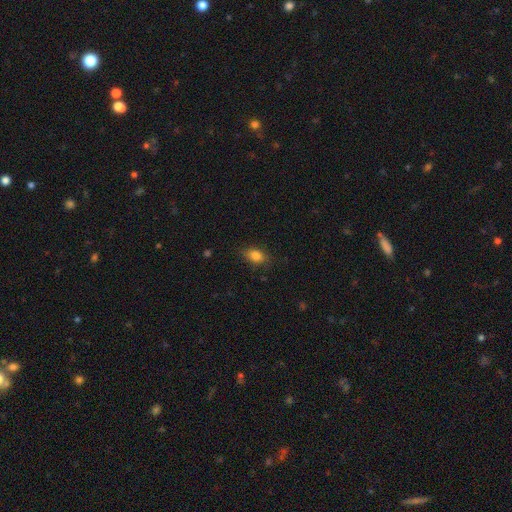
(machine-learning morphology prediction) Smooth or featured: smooth — 83% (star or artifact — 10%)
How rounded: in between — 80% (round — 17%)
Merging: none — 81% (minor disturbance — 15%)